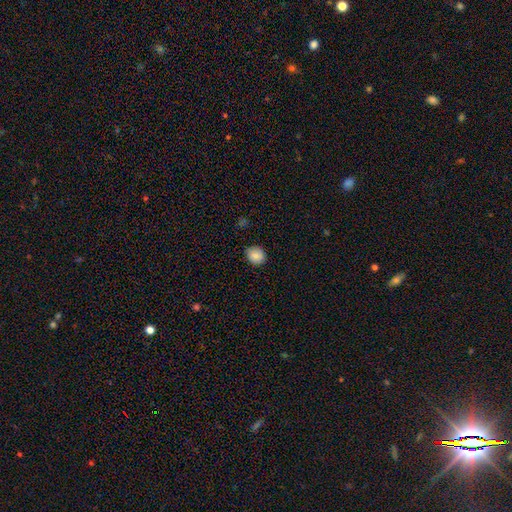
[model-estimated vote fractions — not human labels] smooth 86%, star or artifact 8%, featured or disk 6%. Down the decision tree: how rounded — round (68%); merging — none (86%).